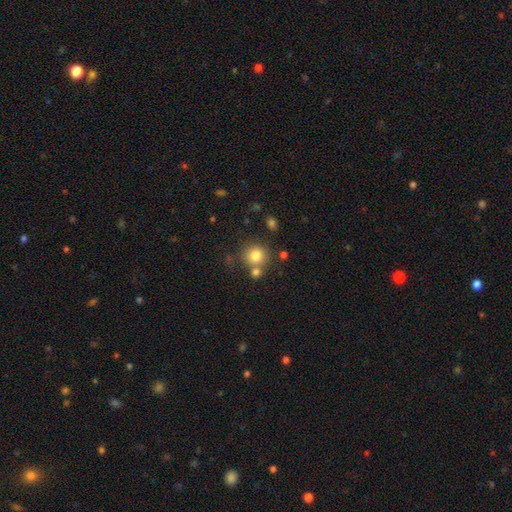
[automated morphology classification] smooth_or_featured: smooth (p=0.80) [alt: star or artifact p=0.11]
how_rounded: round (p=0.90) [alt: in between p=0.09]
merging: none (p=0.68) [alt: merger p=0.19]